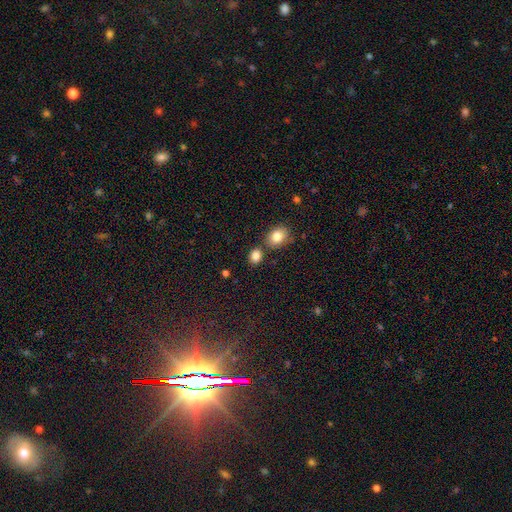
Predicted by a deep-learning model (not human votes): Smooth or featured?
  - smooth: 84% *
  - star or artifact: 10%
  - featured or disk: 6%
How rounded?
  - in between: 56% *
  - round: 43%
  - cigar-shaped: 1%
Merging?
  - none: 69% *
  - merger: 18%
  - minor disturbance: 10%
  - major disturbance: 3%